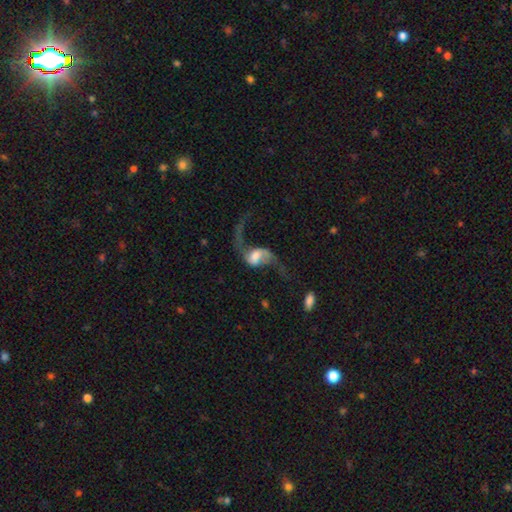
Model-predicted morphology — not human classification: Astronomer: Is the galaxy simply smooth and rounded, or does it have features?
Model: featured or disk — 83%.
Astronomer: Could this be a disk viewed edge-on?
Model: no — 96%.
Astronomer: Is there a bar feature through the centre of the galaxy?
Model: weak — 42% (runner-up: no, 39%).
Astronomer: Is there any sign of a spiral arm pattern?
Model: yes — 93%.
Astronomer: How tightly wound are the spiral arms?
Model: loose — 93%.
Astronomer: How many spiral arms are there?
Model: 2 — 91%.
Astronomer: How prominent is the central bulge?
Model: moderate — 36% (runner-up: large, 27%).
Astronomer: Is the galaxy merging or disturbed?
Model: none — 44% (runner-up: major disturbance, 34%).